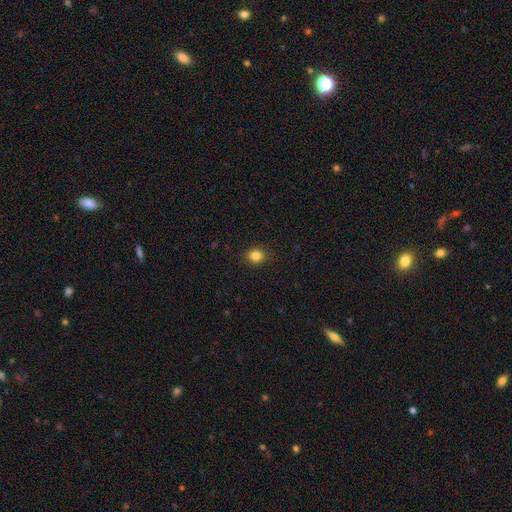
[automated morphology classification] Smooth or featured? smooth (84%)
How rounded? round (81%)
Merging? none (90%)